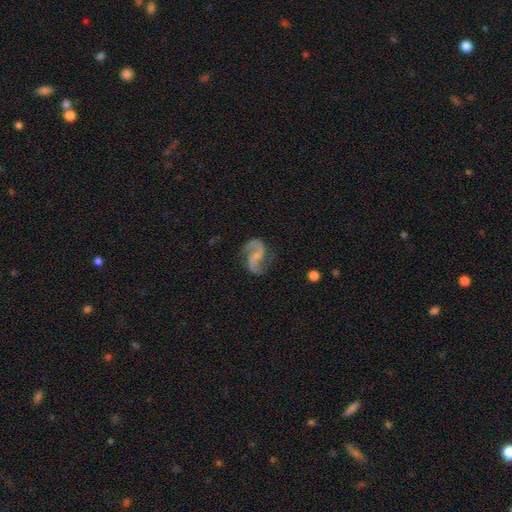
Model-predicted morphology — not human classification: Q: Smooth or featured?
A: featured or disk (90%); runner-up: star or artifact (5%)
Q: Edge-on disk?
A: no (98%); runner-up: yes (2%)
Q: Bar?
A: weak (43%); runner-up: no (40%)
Q: Spiral arms?
A: yes (98%); runner-up: no (2%)
Q: Spiral winding?
A: loose (50%); runner-up: medium (42%)
Q: Spiral arm count?
A: 2 (94%); runner-up: can't tell (2%)
Q: Bulge size?
A: none (47%); runner-up: small (37%)
Q: Merging?
A: none (75%); runner-up: minor disturbance (15%)